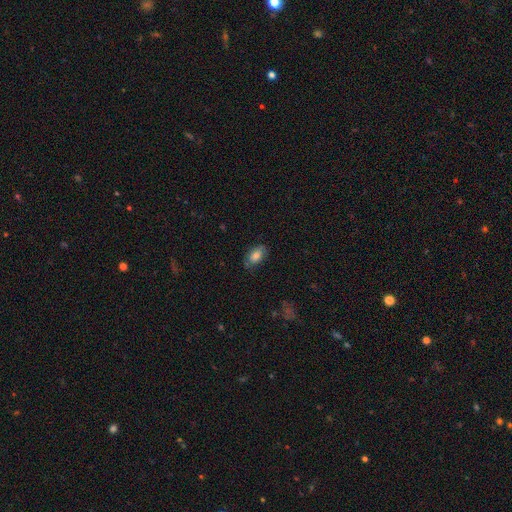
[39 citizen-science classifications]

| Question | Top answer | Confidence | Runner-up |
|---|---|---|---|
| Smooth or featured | smooth | 67% | featured or disk (28%) |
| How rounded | in between | 92% | round (8%) |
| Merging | none | 65% | minor disturbance (24%) |